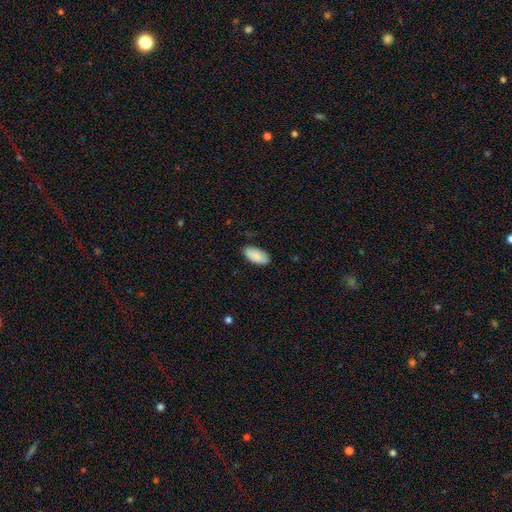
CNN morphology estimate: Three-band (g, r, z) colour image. It shows a smooth galaxy with no disk features (89%) that is in between round and cigar-shaped (94%). Merging: none (83%).